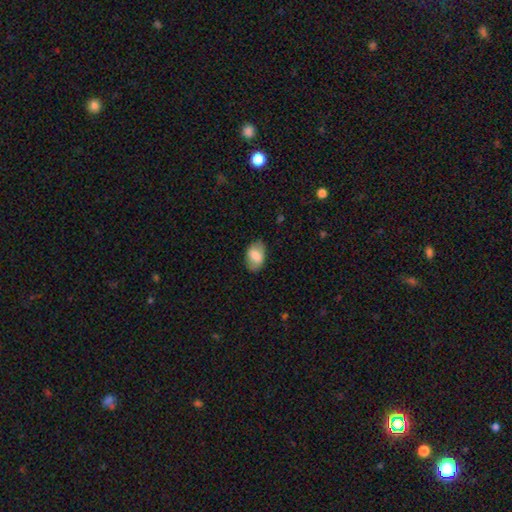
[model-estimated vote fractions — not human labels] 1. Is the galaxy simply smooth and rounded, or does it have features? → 74% smooth, 19% featured or disk, 7% star or artifact.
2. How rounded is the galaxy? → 91% in between, 7% round, 2% cigar-shaped.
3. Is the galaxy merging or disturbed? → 79% none, 15% minor disturbance, 4% major disturbance, 1% merger.